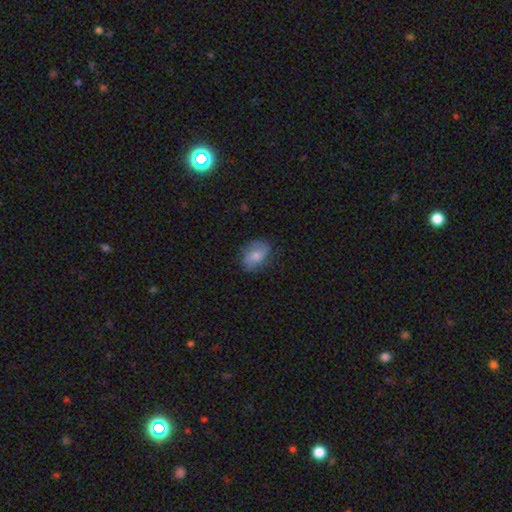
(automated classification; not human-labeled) A featured or disk galaxy (46%). Merging: none (76%).